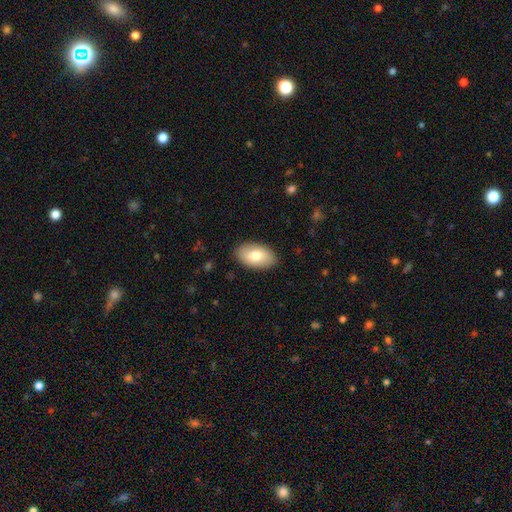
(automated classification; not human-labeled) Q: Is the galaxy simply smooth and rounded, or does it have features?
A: smooth — 78%.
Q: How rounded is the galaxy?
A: in between — 94%.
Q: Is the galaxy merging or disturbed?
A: none — 88%.